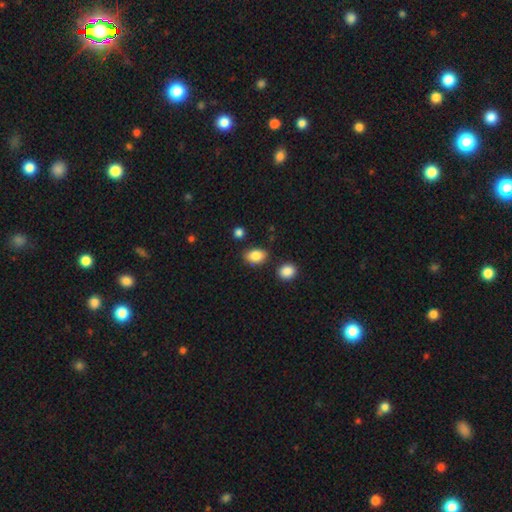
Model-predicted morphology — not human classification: Smooth or featured? smooth (86%)
How rounded? in between (81%)
Merging? none (78%)